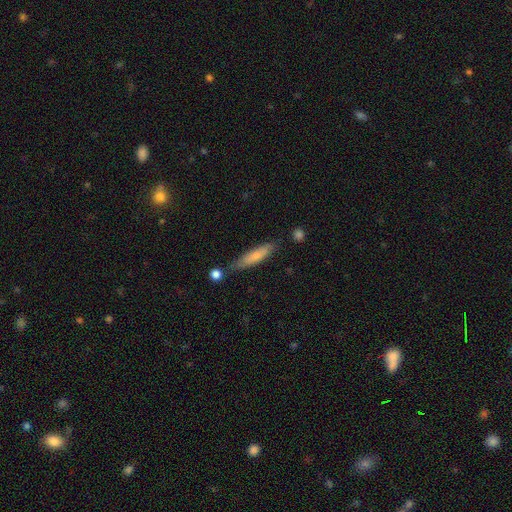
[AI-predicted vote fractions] This is likely a smooth galaxy (72%). How rounded: clearly cigar-shaped (81%). Merging: likely none (66%).